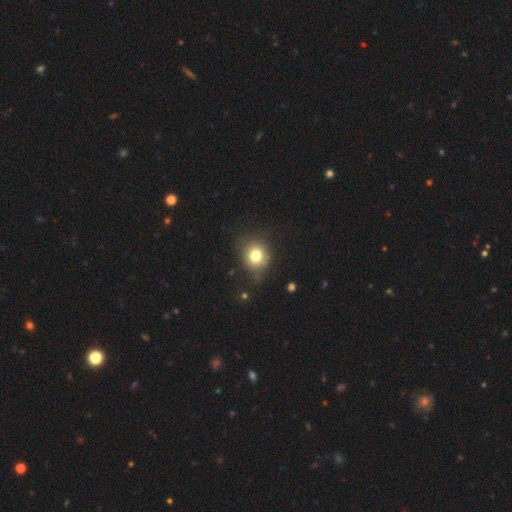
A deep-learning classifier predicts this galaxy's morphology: Smooth or featured: smooth — 77% (star or artifact — 12%)
How rounded: round — 79% (in between — 20%)
Merging: none — 73% (minor disturbance — 19%)